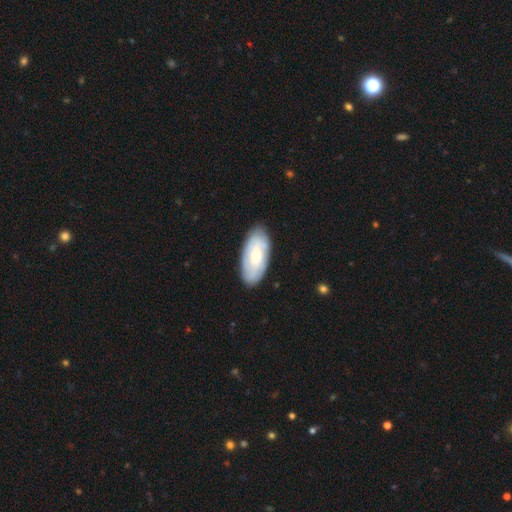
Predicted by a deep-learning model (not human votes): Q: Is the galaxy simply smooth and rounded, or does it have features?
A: smooth — 50%.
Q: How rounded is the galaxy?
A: in between — 91%.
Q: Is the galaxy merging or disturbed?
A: none — 84%.